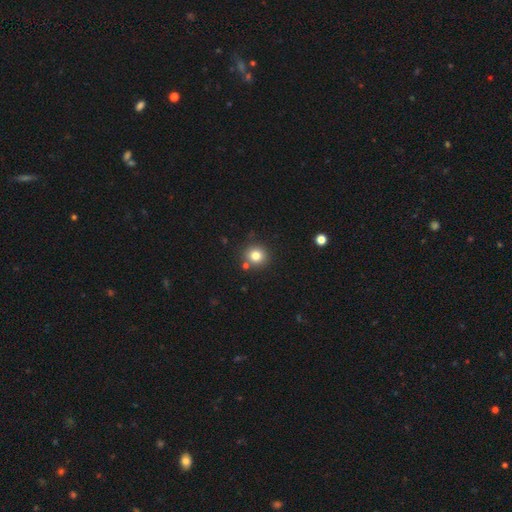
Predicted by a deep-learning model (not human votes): Q: Smooth or featured?
A: smooth (80%); runner-up: star or artifact (13%)
Q: How rounded?
A: round (90%); runner-up: in between (9%)
Q: Merging?
A: none (82%); runner-up: minor disturbance (8%)